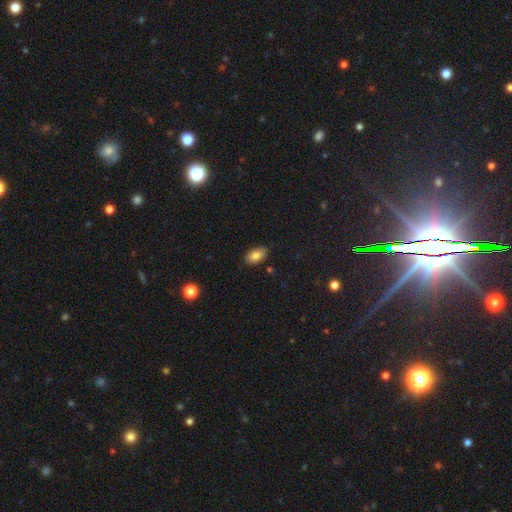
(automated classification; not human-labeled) This is clearly a smooth galaxy (81%). How rounded: clearly in between (92%). Merging: clearly none (82%).